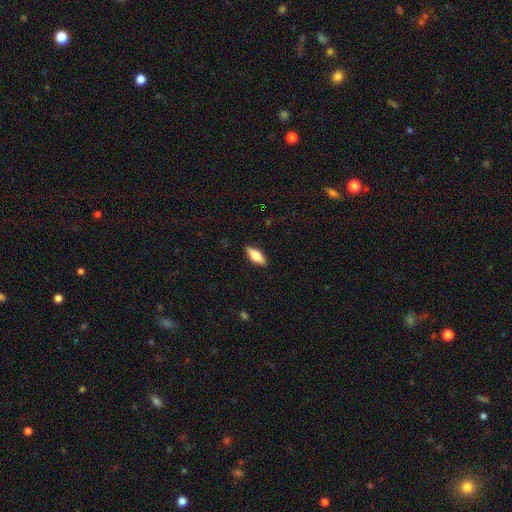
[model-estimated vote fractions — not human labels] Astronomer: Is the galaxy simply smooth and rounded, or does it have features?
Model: smooth — 61%.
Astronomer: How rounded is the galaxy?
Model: in between — 72%.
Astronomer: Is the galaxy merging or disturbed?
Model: none — 88%.